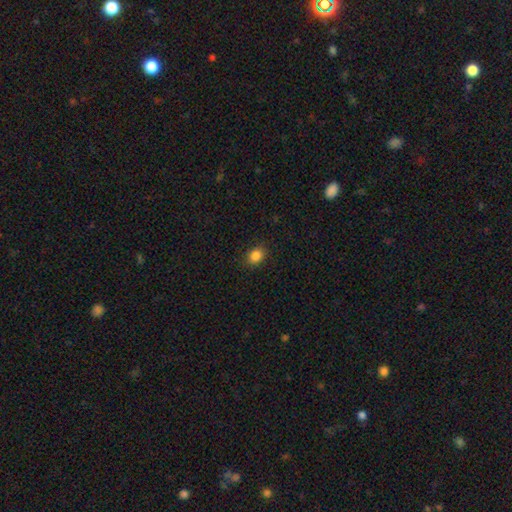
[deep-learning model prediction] smooth-or-featured: smooth: 85% | star or artifact: 11% | featured or disk: 4%
  how-rounded: in between: 51% | round: 48% | cigar-shaped: 1%
  merging: none: 89% | minor disturbance: 8% | major disturbance: 2% | merger: 1%